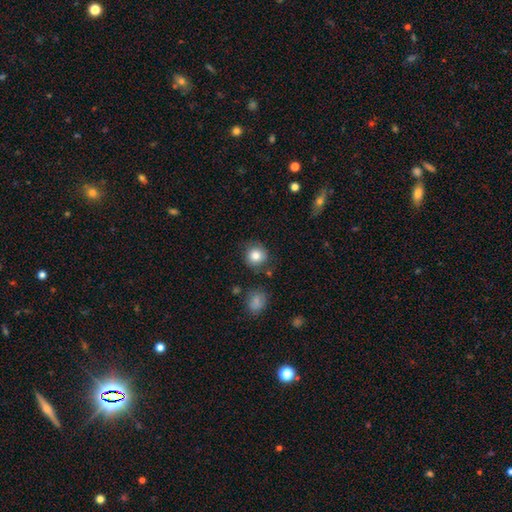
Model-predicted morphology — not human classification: This appears to be a smooth galaxy with no disk features (82%) that is round (90%). Merging: none (82%).